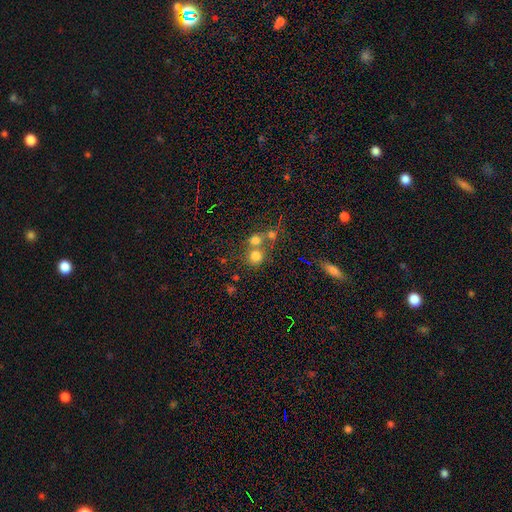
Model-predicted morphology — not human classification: Q: Smooth or featured?
A: smooth (72%); runner-up: star or artifact (17%)
Q: How rounded?
A: round (87%); runner-up: in between (12%)
Q: Merging?
A: none (49%); runner-up: merger (40%)